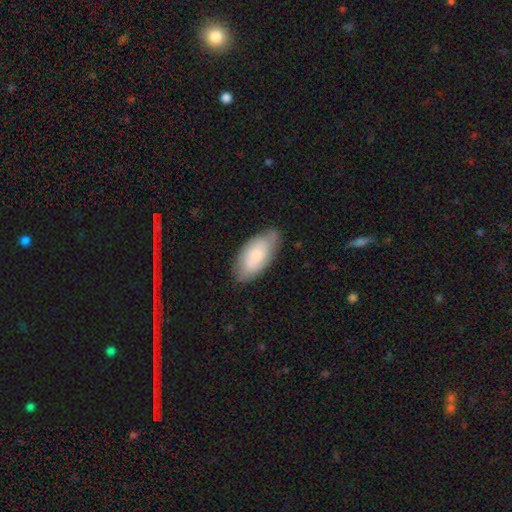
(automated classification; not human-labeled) This is likely a smooth galaxy (68%). How rounded: clearly in between (93%). Merging: likely none (72%).